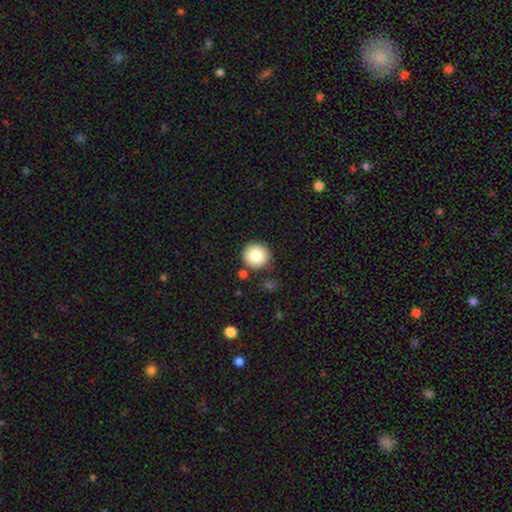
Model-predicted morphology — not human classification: This is clearly a smooth galaxy (83%). How rounded: clearly round (94%). Merging: clearly none (84%).